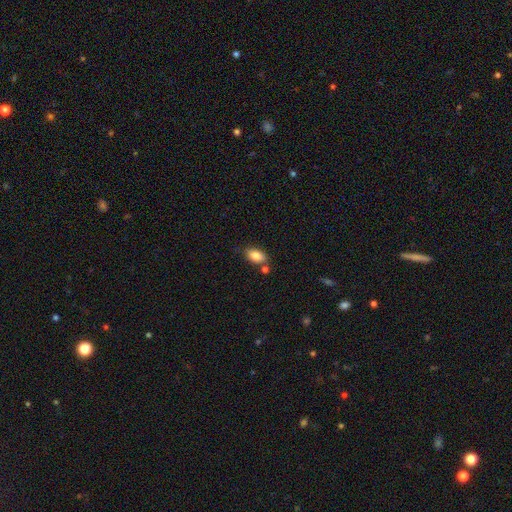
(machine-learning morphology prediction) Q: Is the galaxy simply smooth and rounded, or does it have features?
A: smooth — 86%.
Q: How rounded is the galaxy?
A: in between — 91%.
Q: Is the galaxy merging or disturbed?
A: none — 73%.